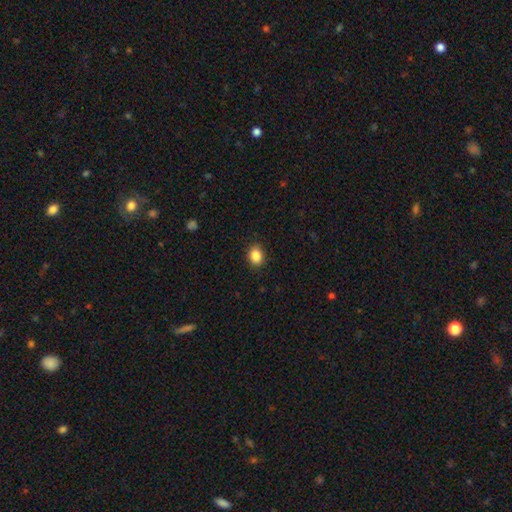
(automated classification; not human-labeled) Smooth or featured? smooth (87%)
How rounded? in between (52%)
Merging? none (88%)